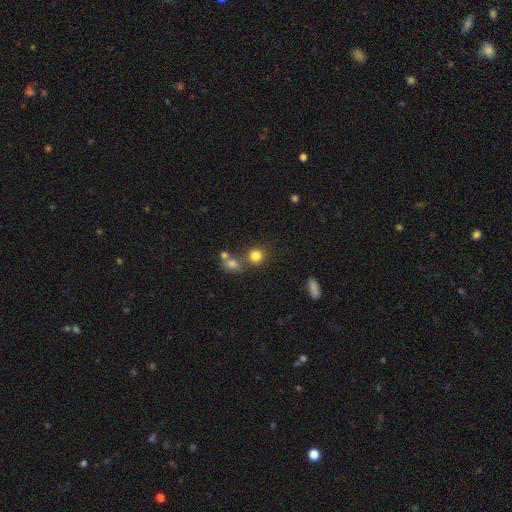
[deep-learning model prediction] smooth_or_featured: smooth (p=0.80) [alt: star or artifact p=0.13]
how_rounded: round (p=0.82) [alt: in between p=0.16]
merging: none (p=0.65) [alt: merger p=0.20]